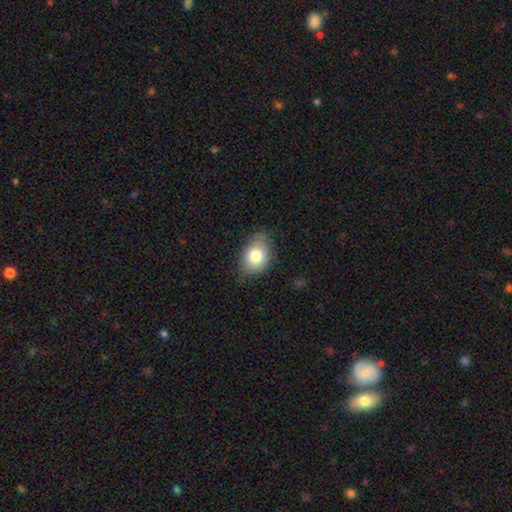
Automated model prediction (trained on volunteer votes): Smooth or featured?
  - smooth: 78% *
  - featured or disk: 13%
  - star or artifact: 9%
How rounded?
  - in between: 73% *
  - round: 26%
  - cigar-shaped: 1%
Merging?
  - none: 71% *
  - minor disturbance: 23%
  - major disturbance: 5%
  - merger: 1%